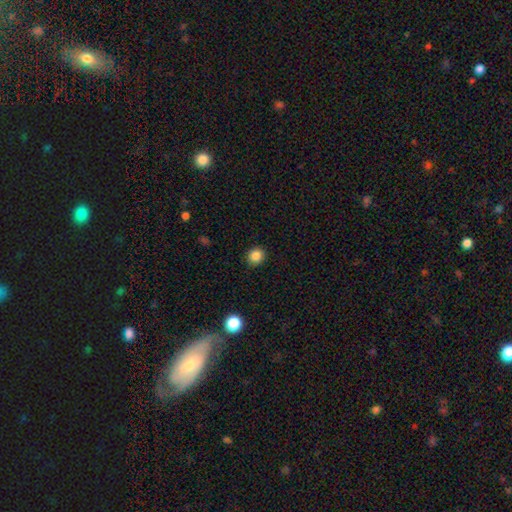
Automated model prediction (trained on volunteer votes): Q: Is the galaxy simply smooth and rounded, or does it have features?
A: smooth — 86%.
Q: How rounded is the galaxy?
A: round — 85%.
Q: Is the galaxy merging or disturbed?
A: none — 91%.